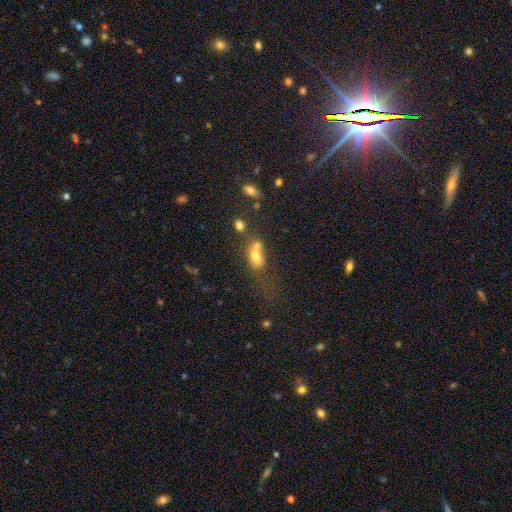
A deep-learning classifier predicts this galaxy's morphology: Smooth or featured: smooth — 65% (featured or disk — 21%)
How rounded: in between — 68% (round — 28%)
Merging: merger — 48% (none — 26%)